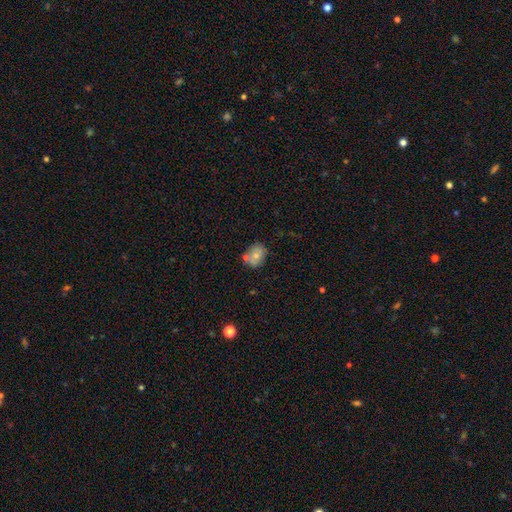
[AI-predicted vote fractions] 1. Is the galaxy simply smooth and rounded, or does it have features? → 71% smooth, 21% featured or disk, 8% star or artifact.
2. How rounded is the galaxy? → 60% in between, 39% round, 1% cigar-shaped.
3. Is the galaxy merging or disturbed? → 59% none, 19% merger, 18% minor disturbance, 4% major disturbance.